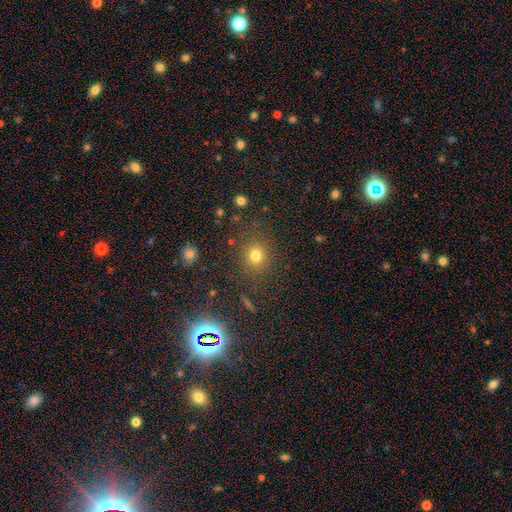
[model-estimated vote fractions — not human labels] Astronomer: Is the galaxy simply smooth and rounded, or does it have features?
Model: smooth — 74%.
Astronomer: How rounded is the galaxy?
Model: round — 82%.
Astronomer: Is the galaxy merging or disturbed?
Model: none — 82%.